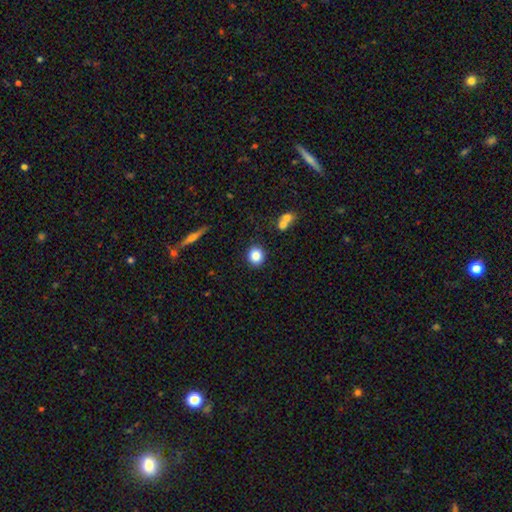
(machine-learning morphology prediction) Q: Smooth or featured?
A: smooth (84%); runner-up: star or artifact (9%)
Q: How rounded?
A: round (80%); runner-up: in between (18%)
Q: Merging?
A: none (88%); runner-up: minor disturbance (7%)